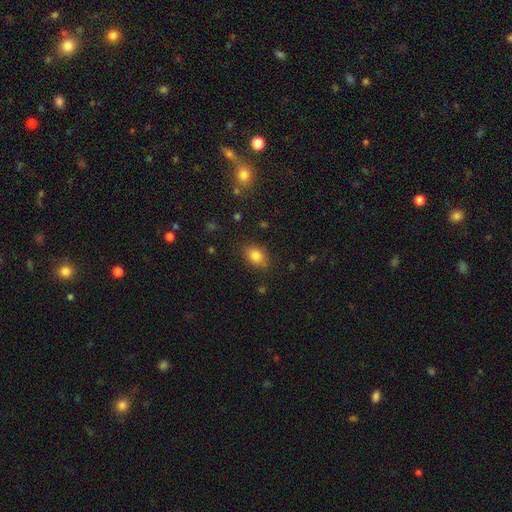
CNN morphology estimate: Smooth or featured?
  - smooth: 82% *
  - star or artifact: 10%
  - featured or disk: 9%
How rounded?
  - in between: 76% *
  - round: 23%
  - cigar-shaped: 2%
Merging?
  - none: 81% *
  - minor disturbance: 14%
  - major disturbance: 3%
  - merger: 1%